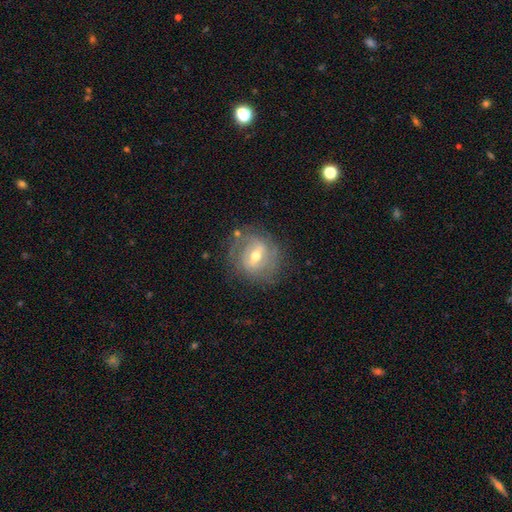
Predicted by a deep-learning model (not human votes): smooth-or-featured: featured or disk: 73% | smooth: 20% | star or artifact: 7%
  disk-edge-on: no: 94% | yes: 6%
    bar: weak: 46% | strong: 38% | no: 16%
    has-spiral-arms: yes: 72% | no: 28%
    bulge-size: moderate: 69% | small: 25% | large: 4% | none: 1% | dominant: 1%
  merging: none: 71% | minor disturbance: 18% | major disturbance: 9% | merger: 2%